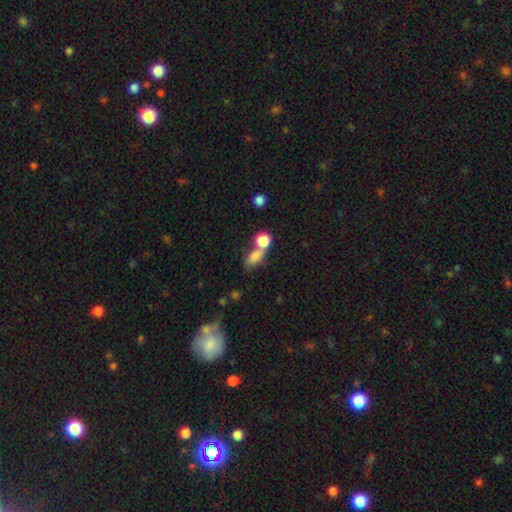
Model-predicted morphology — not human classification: Q: Smooth or featured?
A: smooth (78%); runner-up: star or artifact (11%)
Q: How rounded?
A: in between (68%); runner-up: round (23%)
Q: Merging?
A: merger (51%); runner-up: none (30%)